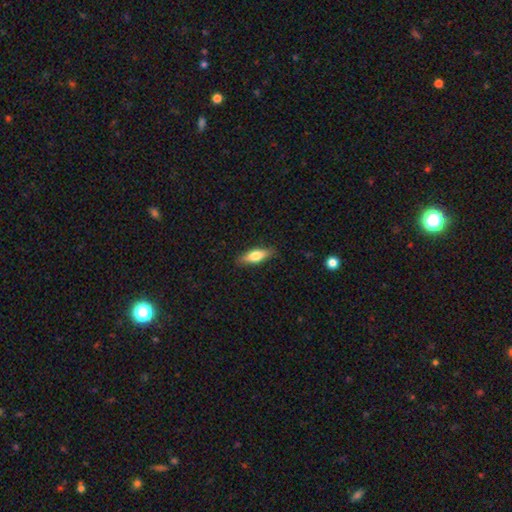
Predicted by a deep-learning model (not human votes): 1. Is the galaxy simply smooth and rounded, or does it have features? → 68% smooth, 25% featured or disk, 6% star or artifact.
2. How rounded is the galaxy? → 55% in between, 42% cigar-shaped, 3% round.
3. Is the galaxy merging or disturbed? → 87% none, 10% minor disturbance, 2% major disturbance, 1% merger.